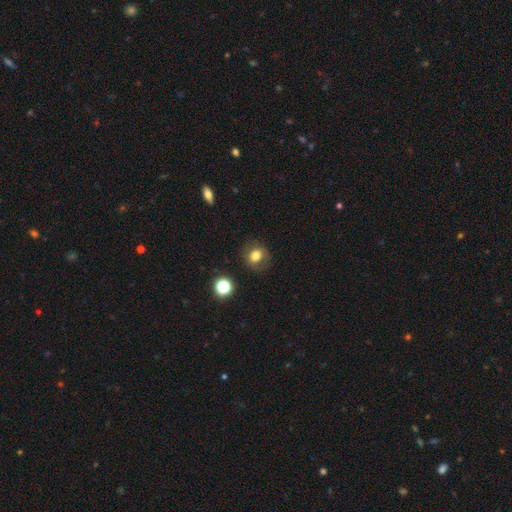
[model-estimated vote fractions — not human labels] Morphology: type=smooth (75%); roundness=round (71%); merging=none (83%).